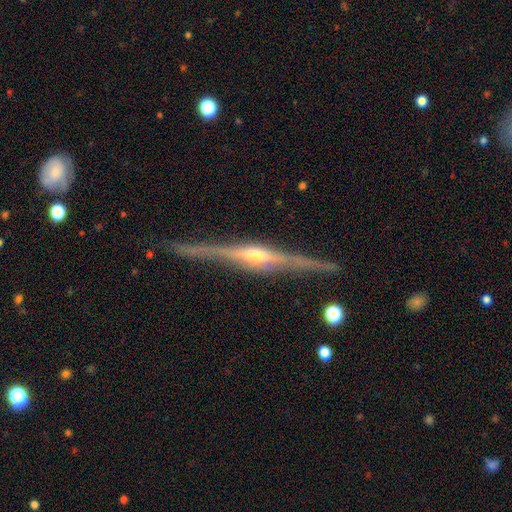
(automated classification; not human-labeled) A featured or disk galaxy (87%) viewed edge-on (98%) with a rounded central bulge (79%).

Vote fractions:
- Smooth or featured? featured or disk: 87% / smooth: 8% / star or artifact: 5%
- Edge-on disk? yes: 98% / no: 2%
- Edge-on bulge? rounded: 79% / boxy: 15% / none: 6%
- Merging? none: 84% / minor disturbance: 12% / major disturbance: 3% / merger: 2%